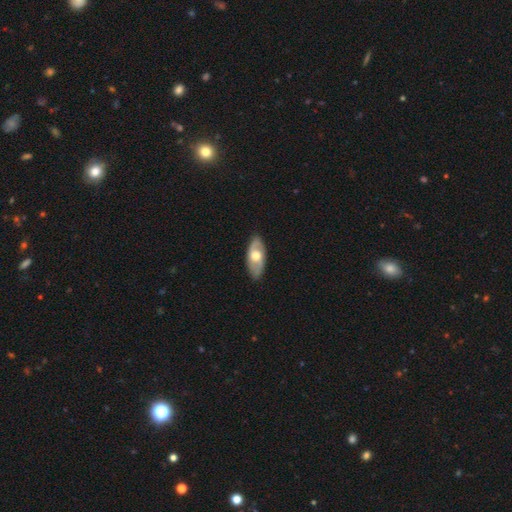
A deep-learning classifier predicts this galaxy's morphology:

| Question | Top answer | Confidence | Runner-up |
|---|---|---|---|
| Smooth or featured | featured or disk | 51% | smooth (44%) |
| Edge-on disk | no | 80% | yes (20%) |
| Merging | none | 84% | minor disturbance (13%) |